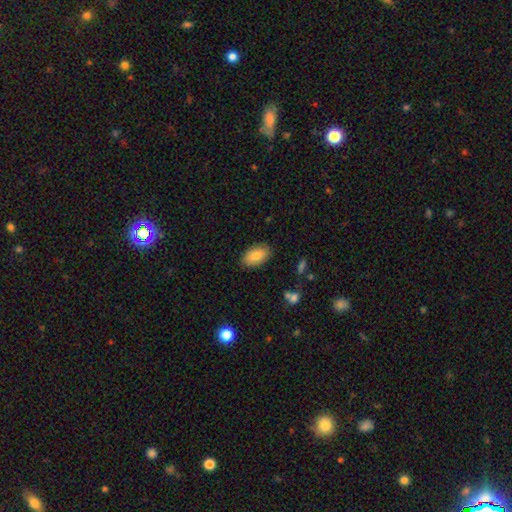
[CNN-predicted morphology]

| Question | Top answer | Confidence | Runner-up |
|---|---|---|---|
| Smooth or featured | smooth | 81% | featured or disk (13%) |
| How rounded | in between | 93% | round (5%) |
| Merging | none | 85% | minor disturbance (12%) |